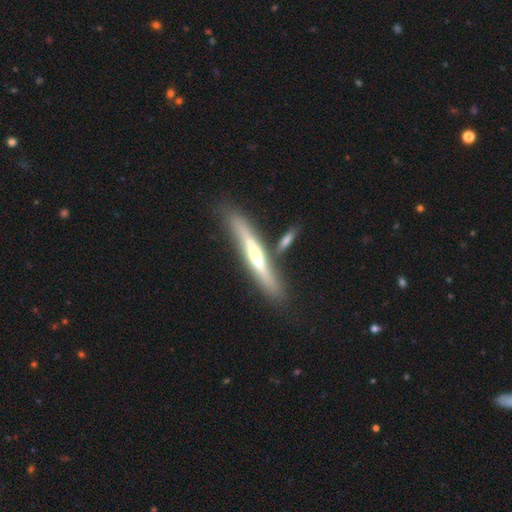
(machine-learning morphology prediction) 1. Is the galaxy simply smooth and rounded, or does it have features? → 61% featured or disk, 33% smooth, 6% star or artifact.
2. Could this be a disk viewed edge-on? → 91% yes, 9% no.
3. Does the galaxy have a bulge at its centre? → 50% rounded, 34% none, 16% boxy.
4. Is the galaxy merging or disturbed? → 68% none, 14% minor disturbance, 14% merger, 4% major disturbance.